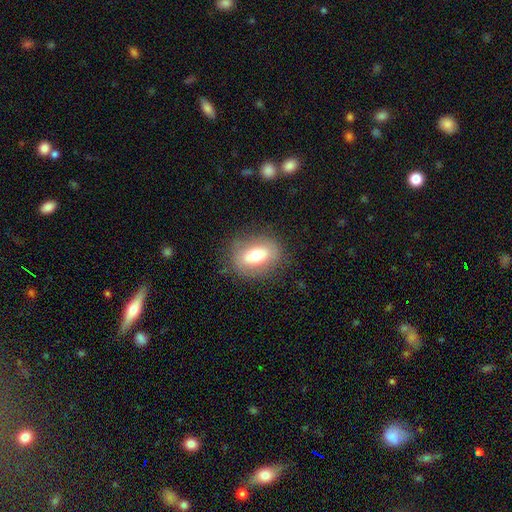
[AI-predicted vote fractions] A smooth galaxy with no disk features (64%) that is in between round and cigar-shaped (76%). Merging: none (80%).